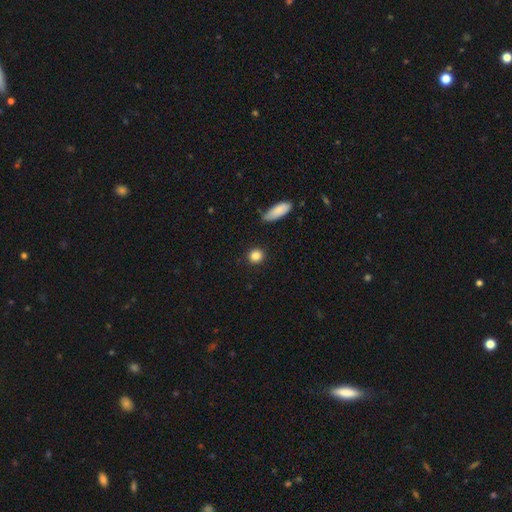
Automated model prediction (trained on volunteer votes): Smooth or featured? smooth (85%)
How rounded? round (89%)
Merging? none (89%)